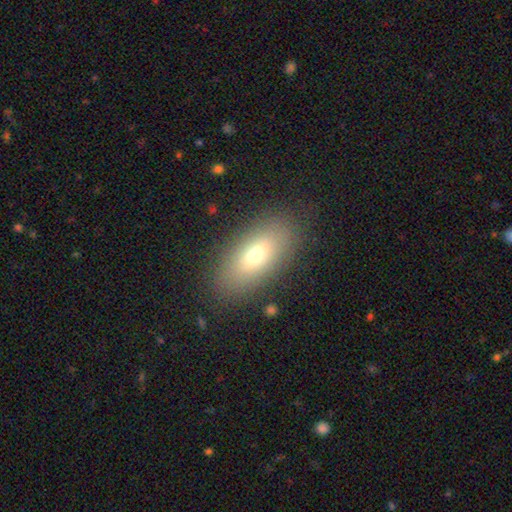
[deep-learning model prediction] A smooth galaxy with no disk features (69%) that is in between round and cigar-shaped (86%).

Vote fractions:
- Smooth or featured? smooth: 69% / featured or disk: 21% / star or artifact: 9%
- How rounded? in between: 86% / cigar-shaped: 10% / round: 4%
- Merging? none: 85% / minor disturbance: 10% / major disturbance: 4% / merger: 1%